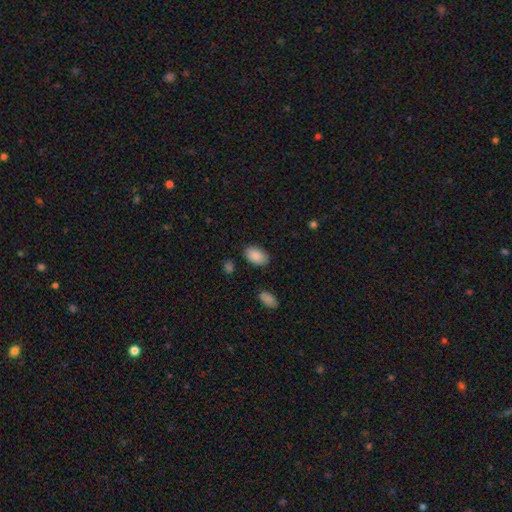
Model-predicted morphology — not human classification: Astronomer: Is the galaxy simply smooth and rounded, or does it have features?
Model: smooth — 88%.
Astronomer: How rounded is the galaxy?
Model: in between — 92%.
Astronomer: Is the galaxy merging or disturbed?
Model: none — 84%.